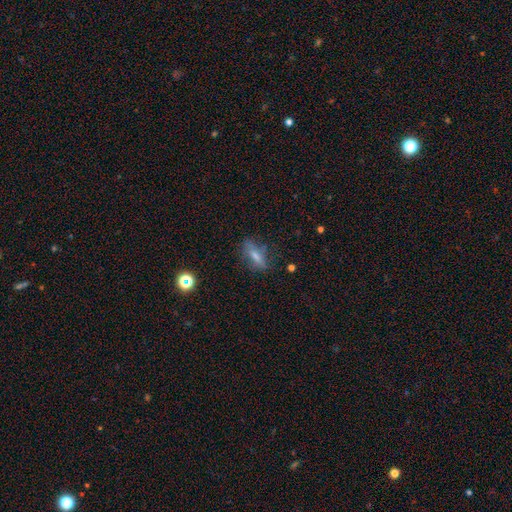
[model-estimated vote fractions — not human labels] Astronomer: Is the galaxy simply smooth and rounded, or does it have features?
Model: smooth — 65%.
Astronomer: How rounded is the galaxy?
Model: in between — 60%.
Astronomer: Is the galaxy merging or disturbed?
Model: none — 66%.